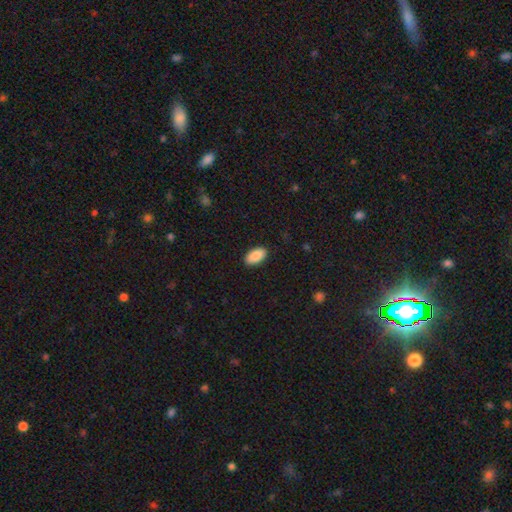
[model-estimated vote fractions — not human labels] smooth-or-featured: smooth: 90% | star or artifact: 6% | featured or disk: 4%
  how-rounded: in between: 95% | cigar-shaped: 3% | round: 3%
  merging: none: 90% | minor disturbance: 8% | major disturbance: 2% | merger: 1%